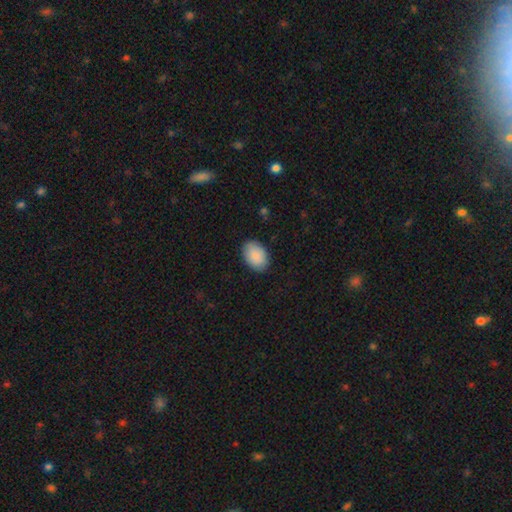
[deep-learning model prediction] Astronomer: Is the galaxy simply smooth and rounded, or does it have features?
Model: smooth — 89%.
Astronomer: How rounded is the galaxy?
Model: in between — 85%.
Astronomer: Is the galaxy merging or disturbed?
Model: none — 86%.